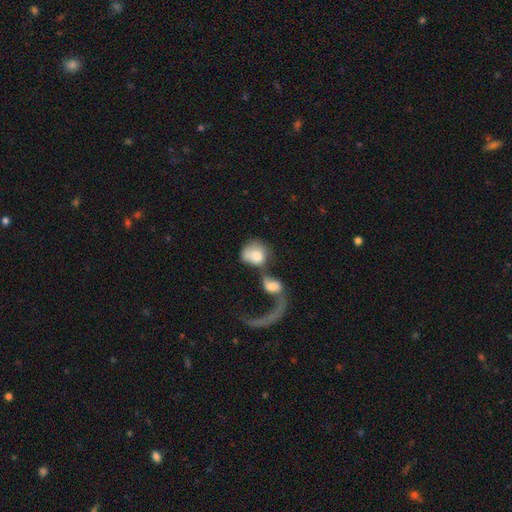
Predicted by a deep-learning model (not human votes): A smooth galaxy with no disk features (66%) that is round (55%).

Vote fractions:
- Smooth or featured? smooth: 66% / featured or disk: 26% / star or artifact: 8%
- How rounded? round: 55% / in between: 43% / cigar-shaped: 2%
- Merging? merger: 55% / major disturbance: 23% / none: 14% / minor disturbance: 7%